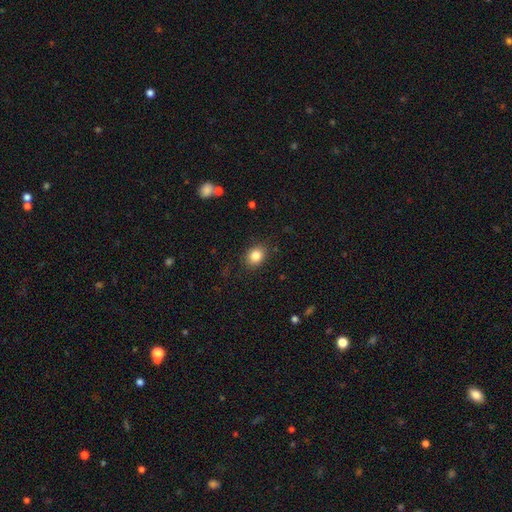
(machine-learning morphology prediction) smooth_or_featured: smooth (p=0.84) [alt: star or artifact p=0.10]
how_rounded: round (p=0.50) [alt: in between p=0.49]
merging: none (p=0.85) [alt: minor disturbance p=0.11]